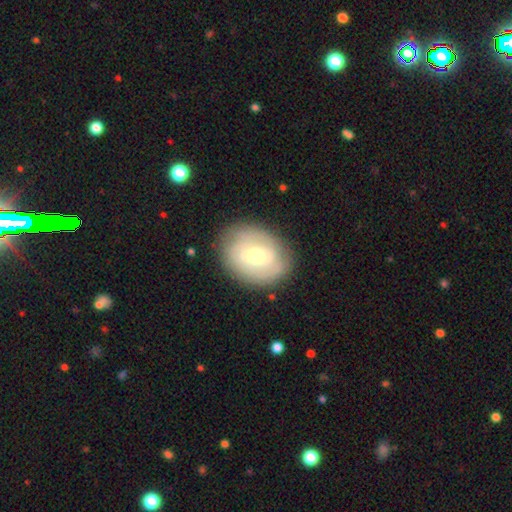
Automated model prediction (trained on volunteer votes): Smooth or featured?
  - featured or disk: 60% *
  - smooth: 33%
  - star or artifact: 7%
Edge-on disk?
  - no: 95% *
  - yes: 5%
Bar?
  - weak: 52% *
  - no: 29%
  - strong: 19%
Spiral arms?
  - yes: 64% *
  - no: 36%
Bulge size?
  - moderate: 66% *
  - small: 28%
  - large: 4%
  - dominant: 1%
  - none: 1%
Merging?
  - none: 81% *
  - minor disturbance: 13%
  - major disturbance: 4%
  - merger: 1%